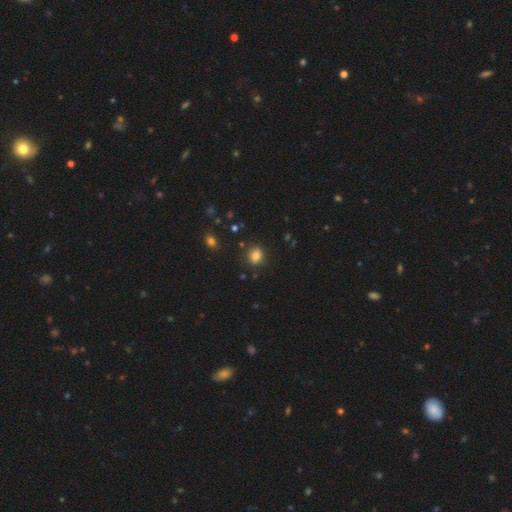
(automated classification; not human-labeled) This appears to be a smooth galaxy with no disk features (83%) that is round (57%). Merging: none (84%).